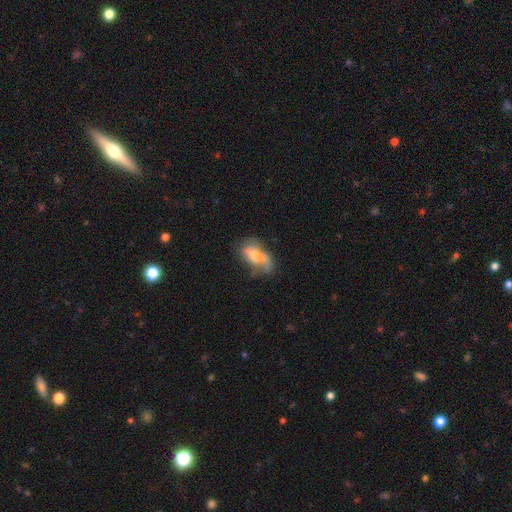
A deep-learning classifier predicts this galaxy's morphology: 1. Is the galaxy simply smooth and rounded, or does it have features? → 48% smooth, 42% featured or disk, 10% star or artifact.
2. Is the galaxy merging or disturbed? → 34% none, 28% major disturbance, 27% minor disturbance, 11% merger.